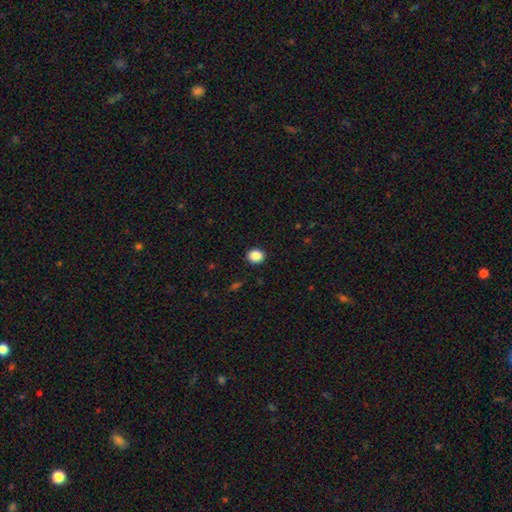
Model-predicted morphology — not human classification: smooth-or-featured: smooth: 87% | star or artifact: 9% | featured or disk: 3%
  how-rounded: round: 70% | in between: 29% | cigar-shaped: 1%
  merging: none: 91% | minor disturbance: 6% | major disturbance: 2% | merger: 1%